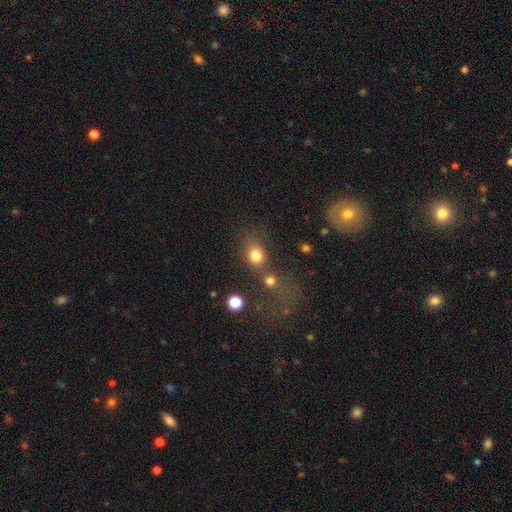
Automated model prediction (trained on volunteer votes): Q: Smooth or featured?
A: smooth (78%); runner-up: star or artifact (14%)
Q: How rounded?
A: round (63%); runner-up: in between (35%)
Q: Merging?
A: none (45%); runner-up: merger (33%)